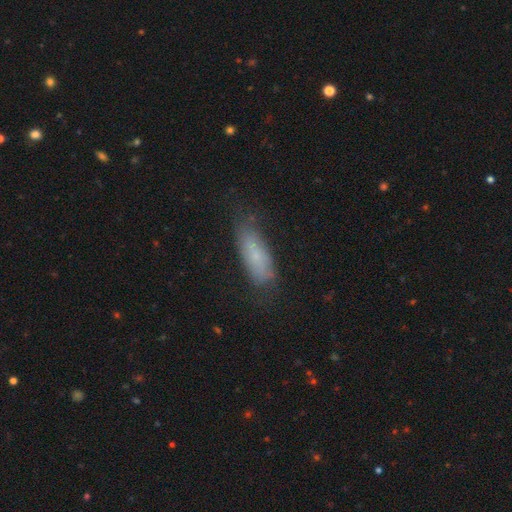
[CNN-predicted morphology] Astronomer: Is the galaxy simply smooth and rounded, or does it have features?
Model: smooth — 68%.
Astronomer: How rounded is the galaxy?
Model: in between — 63%.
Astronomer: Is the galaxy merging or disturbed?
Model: none — 62%.